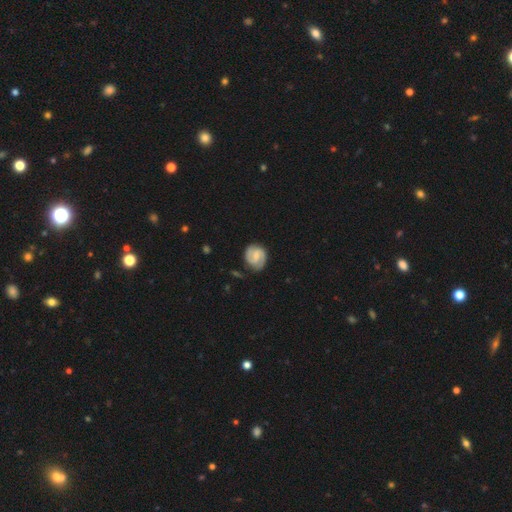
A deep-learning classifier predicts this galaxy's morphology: Smooth or featured? Predicted: featured or disk (p=0.76). Edge-on disk? Predicted: no (p=0.98). Bar? Predicted: weak (p=0.53). Spiral arms? Predicted: yes (p=0.95). Spiral winding? Predicted: medium (p=0.45). Spiral arm count? Predicted: 2 (p=0.87). Bulge size? Predicted: small (p=0.50). Merging? Predicted: none (p=0.78).